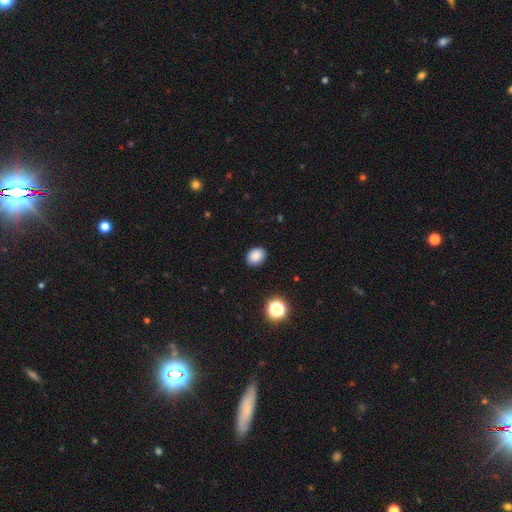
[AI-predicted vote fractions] Smooth or featured? Predicted: smooth (p=0.86). How rounded? Predicted: in between (p=0.55). Merging? Predicted: none (p=0.89).